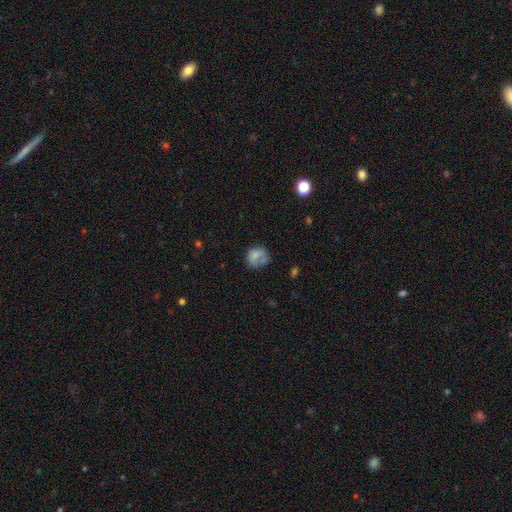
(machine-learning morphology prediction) A smooth galaxy with no disk features (70%) that is round (70%).

Vote fractions:
- Smooth or featured? smooth: 70% / featured or disk: 20% / star or artifact: 10%
- How rounded? round: 70% / in between: 29% / cigar-shaped: 1%
- Merging? none: 47% / minor disturbance: 26% / major disturbance: 18% / merger: 9%